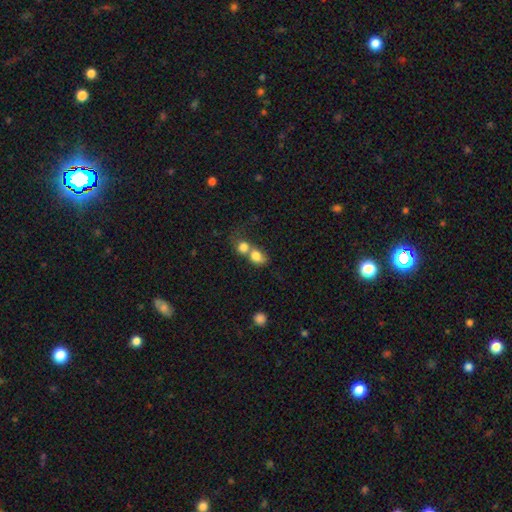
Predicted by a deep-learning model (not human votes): Smooth or featured: smooth — 78% (featured or disk — 12%)
How rounded: round — 50% (in between — 49%)
Merging: merger — 67% (none — 21%)